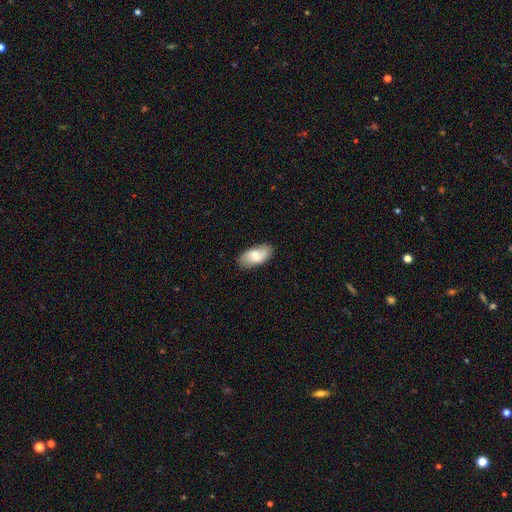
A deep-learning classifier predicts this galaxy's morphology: This appears to be a smooth galaxy with no disk features (66%) that is in between round and cigar-shaped (94%). Merging: none (77%).